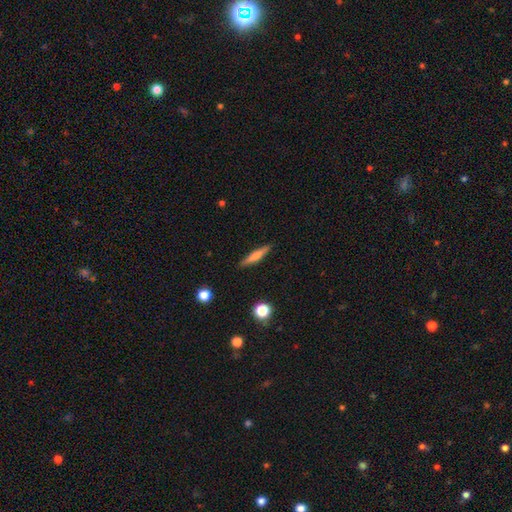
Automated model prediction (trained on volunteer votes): smooth 57%, featured or disk 36%, star or artifact 7%. Down the decision tree: how rounded — cigar-shaped (89%); merging — none (90%).